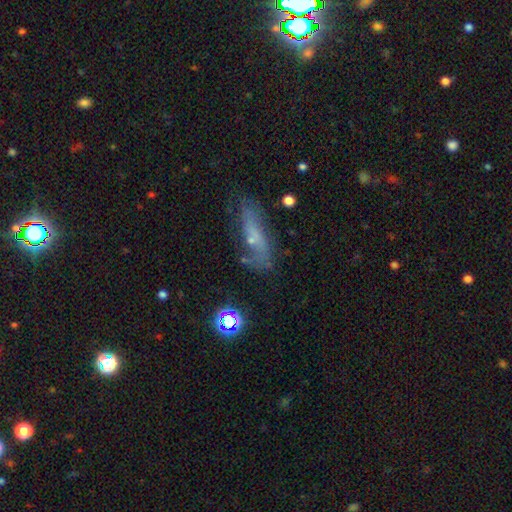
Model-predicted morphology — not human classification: Smooth or featured: smooth — 44% (featured or disk — 42%)
Merging: none — 51% (minor disturbance — 27%)